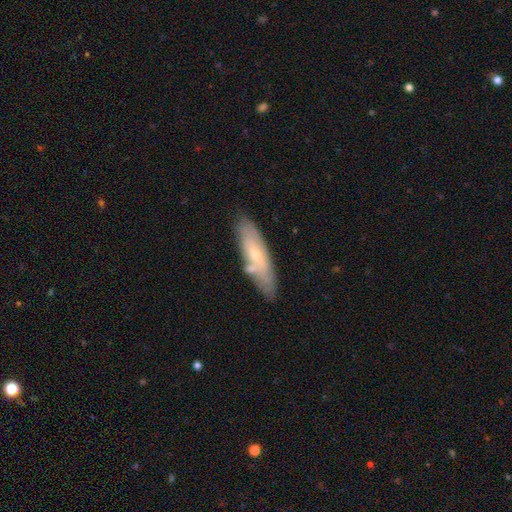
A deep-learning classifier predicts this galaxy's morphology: type=smooth (47%, tied with featured or disk); merging=none (71%).